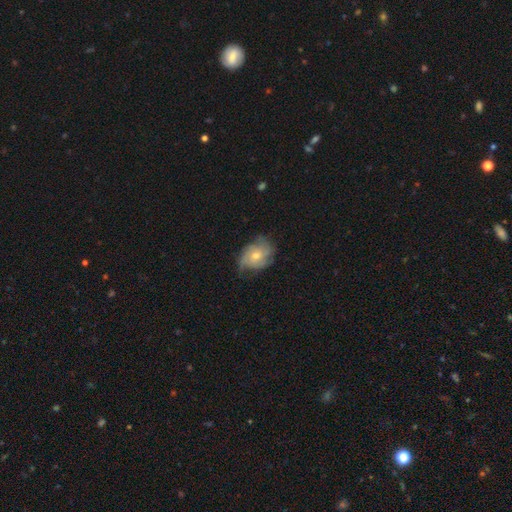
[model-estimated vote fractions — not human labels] Smooth or featured? featured or disk (63%)
Edge-on disk? no (96%)
Bar? no (78%)
Spiral arms? yes (85%)
Spiral winding? tight (42%)
Spiral arm count? 3 (31%)
Bulge size? moderate (55%)
Merging? none (61%)